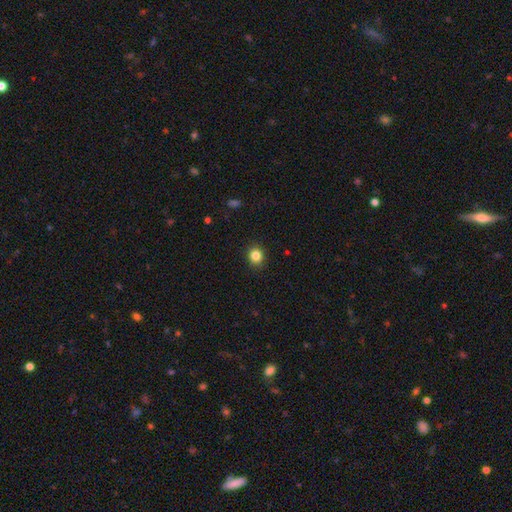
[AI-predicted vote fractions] smooth-or-featured: smooth: 84% | star or artifact: 11% | featured or disk: 4%
  how-rounded: round: 81% | in between: 19% | cigar-shaped: 1%
  merging: none: 90% | minor disturbance: 7% | major disturbance: 2% | merger: 1%